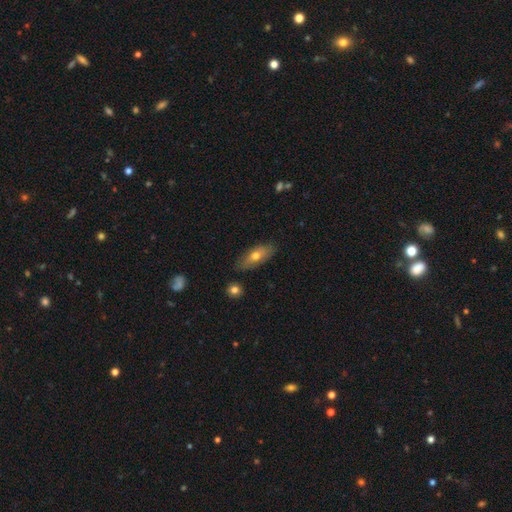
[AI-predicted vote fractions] Q: Smooth or featured?
A: smooth (60%); runner-up: featured or disk (34%)
Q: How rounded?
A: in between (69%); runner-up: cigar-shaped (27%)
Q: Merging?
A: none (81%); runner-up: minor disturbance (15%)